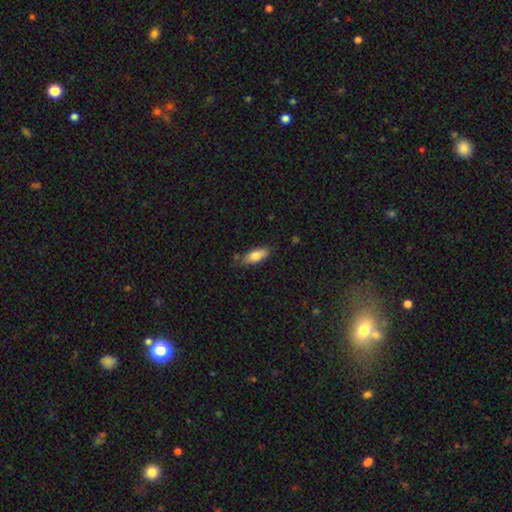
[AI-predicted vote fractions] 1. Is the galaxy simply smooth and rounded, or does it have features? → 80% smooth, 13% featured or disk, 7% star or artifact.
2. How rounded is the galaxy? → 79% in between, 19% cigar-shaped, 2% round.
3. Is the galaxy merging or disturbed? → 76% none, 18% minor disturbance, 3% major disturbance, 3% merger.